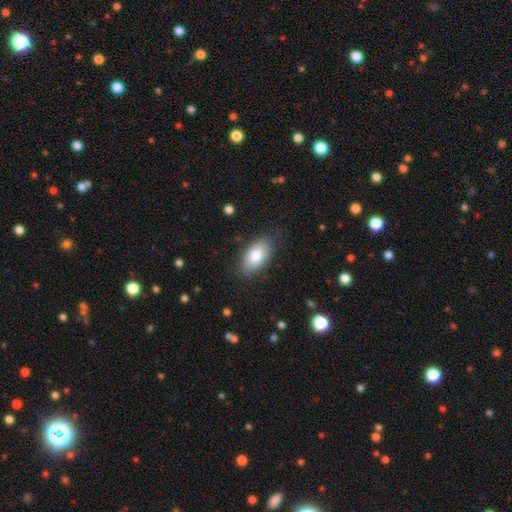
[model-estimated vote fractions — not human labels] Smooth or featured?
  - smooth: 80% *
  - featured or disk: 13%
  - star or artifact: 7%
How rounded?
  - in between: 92% *
  - round: 4%
  - cigar-shaped: 4%
Merging?
  - none: 82% *
  - minor disturbance: 14%
  - major disturbance: 3%
  - merger: 1%